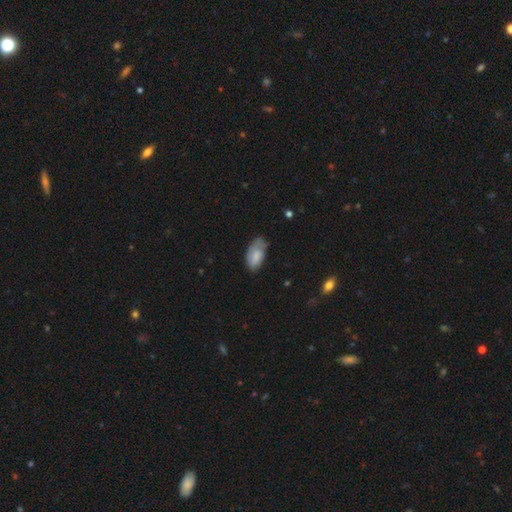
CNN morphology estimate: Smooth or featured? smooth (74%)
How rounded? in between (93%)
Merging? none (52%)